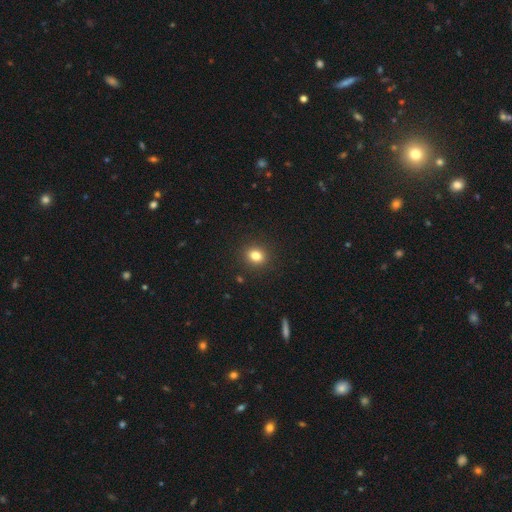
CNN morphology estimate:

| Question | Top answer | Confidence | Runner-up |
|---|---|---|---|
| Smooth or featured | smooth | 82% | star or artifact (12%) |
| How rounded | round | 64% | in between (35%) |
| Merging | none | 90% | minor disturbance (6%) |